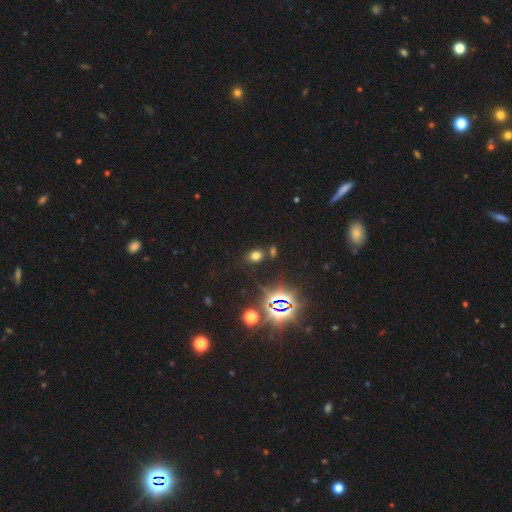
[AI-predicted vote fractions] This is possibly a smooth galaxy (60%). How rounded: possibly in between (56%). Merging: likely none (76%).